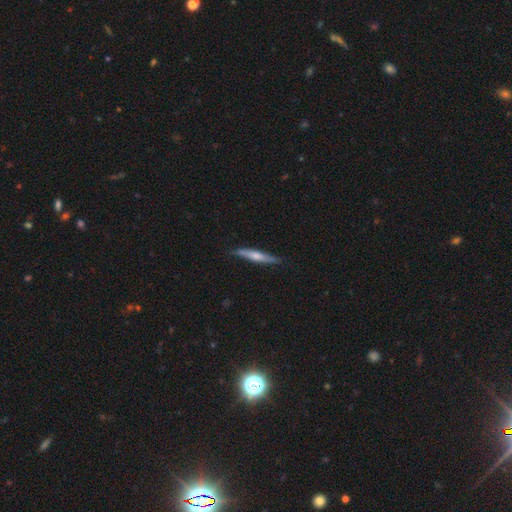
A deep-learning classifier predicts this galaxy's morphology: Overall: smooth (49%; featured or disk 45%). Merging: none (81%).